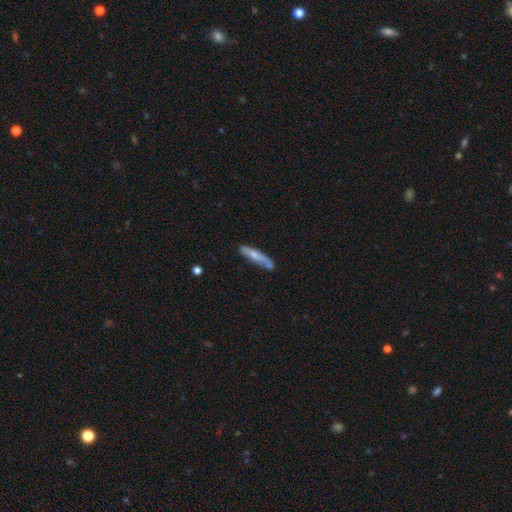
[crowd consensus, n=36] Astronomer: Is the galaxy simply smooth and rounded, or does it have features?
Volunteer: smooth — 69%.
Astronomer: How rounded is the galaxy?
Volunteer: cigar-shaped — 92%.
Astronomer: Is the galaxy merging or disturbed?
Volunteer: none — 66%.